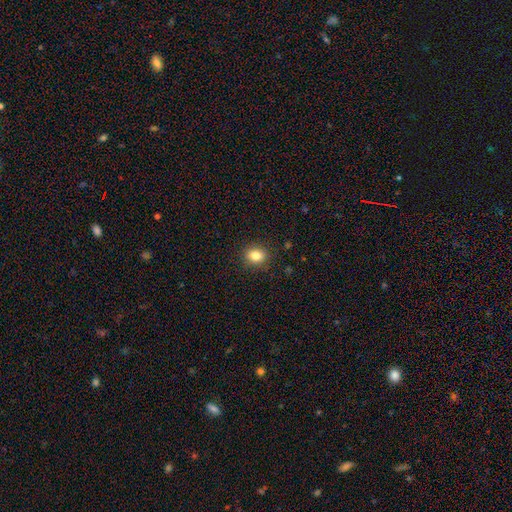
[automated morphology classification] Smooth or featured: smooth — 83% (star or artifact — 11%)
How rounded: round — 60% (in between — 39%)
Merging: none — 89% (minor disturbance — 8%)